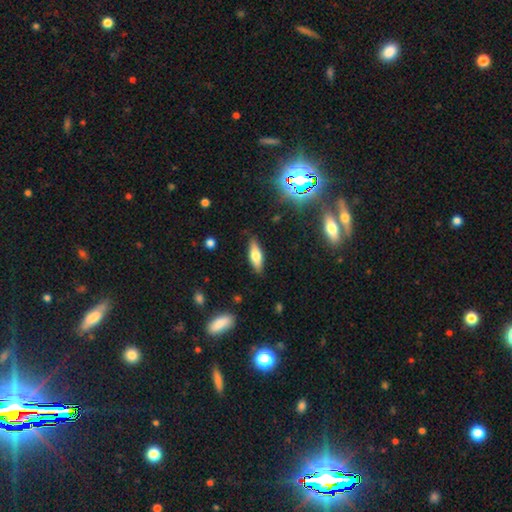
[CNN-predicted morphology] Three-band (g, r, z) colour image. It shows a smooth galaxy with no disk features (62%) that is in between round and cigar-shaped (55%). Merging: none (86%).